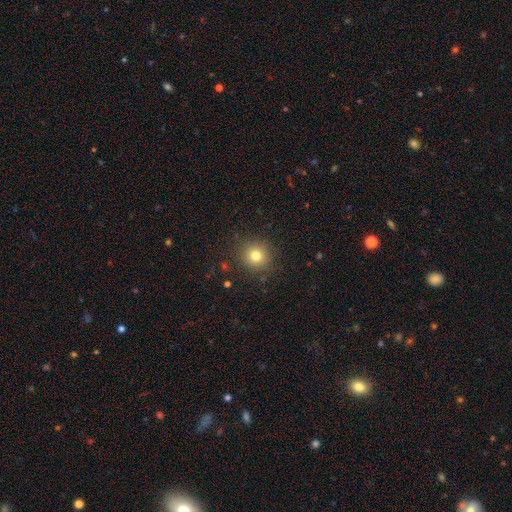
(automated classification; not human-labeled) Smooth or featured? Predicted: smooth (p=0.79). How rounded? Predicted: round (p=0.93). Merging? Predicted: none (p=0.89).